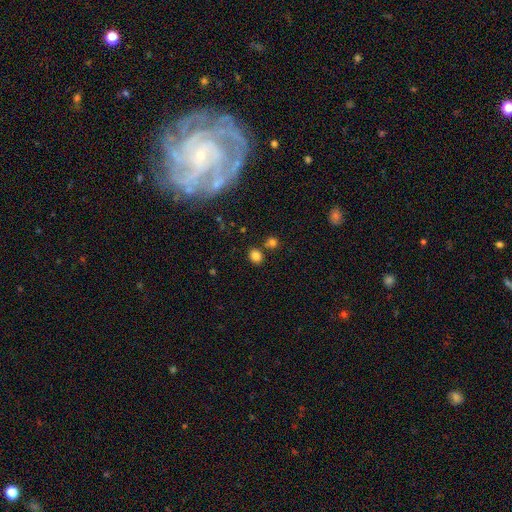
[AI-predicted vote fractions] smooth 82%, star or artifact 13%, featured or disk 6%. Down the decision tree: how rounded — round (61%); merging — none (75%).